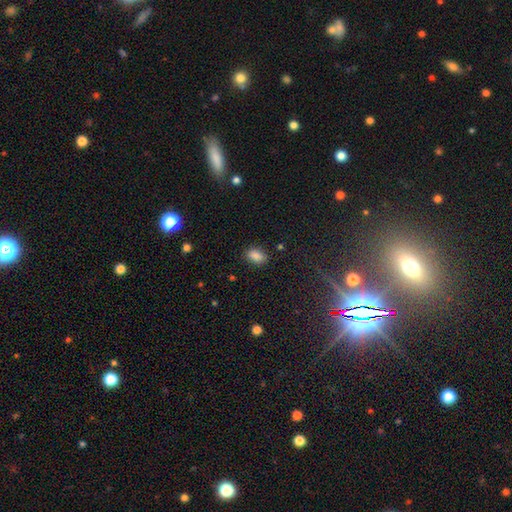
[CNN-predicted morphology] Smooth or featured: smooth — 86% (star or artifact — 10%)
How rounded: in between — 85% (round — 13%)
Merging: none — 85% (minor disturbance — 10%)